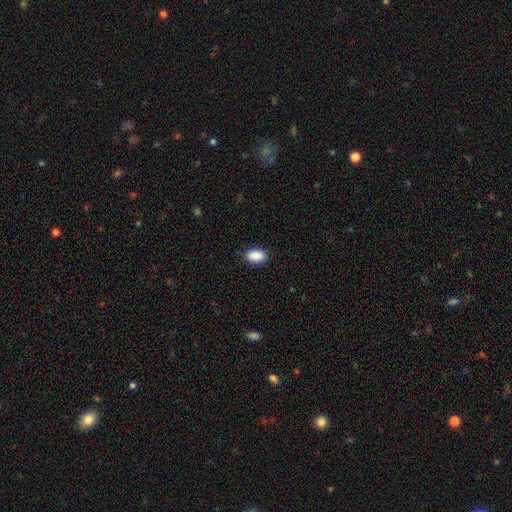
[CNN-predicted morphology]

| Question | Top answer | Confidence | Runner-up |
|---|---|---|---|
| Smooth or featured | smooth | 90% | star or artifact (7%) |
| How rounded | in between | 92% | round (6%) |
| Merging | none | 88% | minor disturbance (9%) |